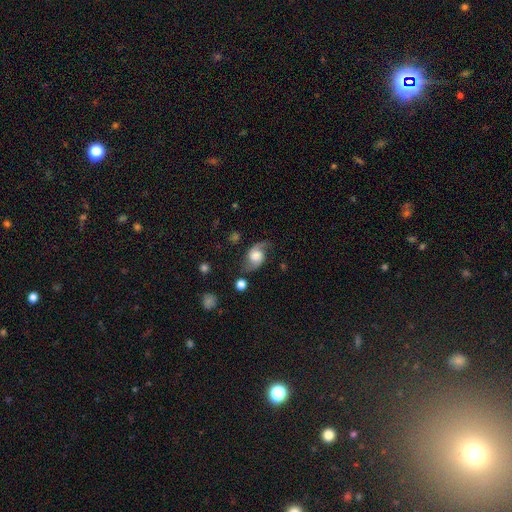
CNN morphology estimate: featured or disk 73%, smooth 20%, star or artifact 8%. Down the decision tree: edge-on disk — no (96%); bar — no (64%); spiral arms — yes (94%); spiral arm count — 2 (91%); spiral winding — loose (63%); bulge size — large (42%); merging — none (69%).